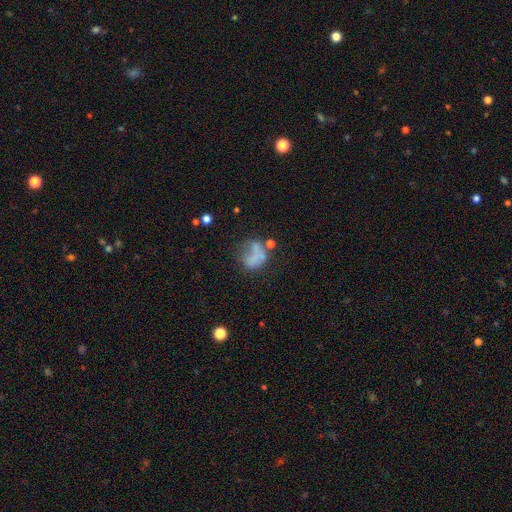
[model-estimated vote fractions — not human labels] smooth 59%, featured or disk 27%, star or artifact 14%. Down the decision tree: how rounded — round (54%); merging — none (33%).